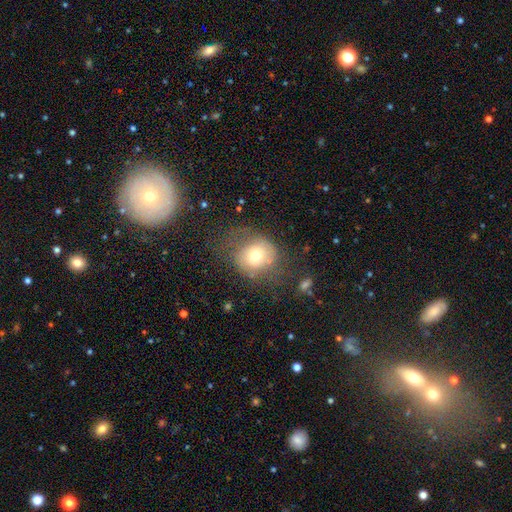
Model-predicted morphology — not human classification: A smooth galaxy with no disk features (65%) that is round (71%). Merging: none (49%).